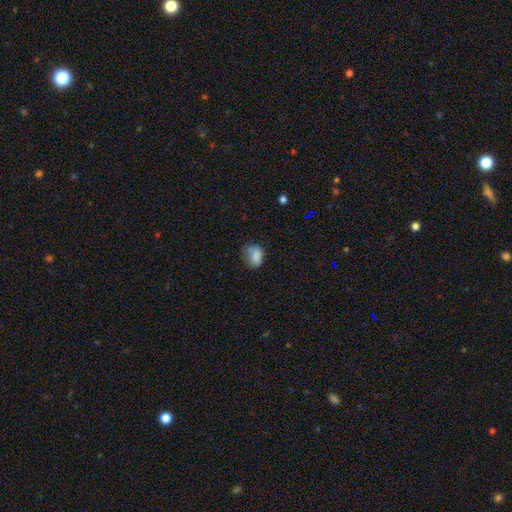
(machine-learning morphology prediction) smooth-or-featured: smooth: 81% | star or artifact: 10% | featured or disk: 9%
  how-rounded: in between: 70% | round: 29% | cigar-shaped: 1%
  merging: none: 53% | minor disturbance: 33% | major disturbance: 12% | merger: 2%